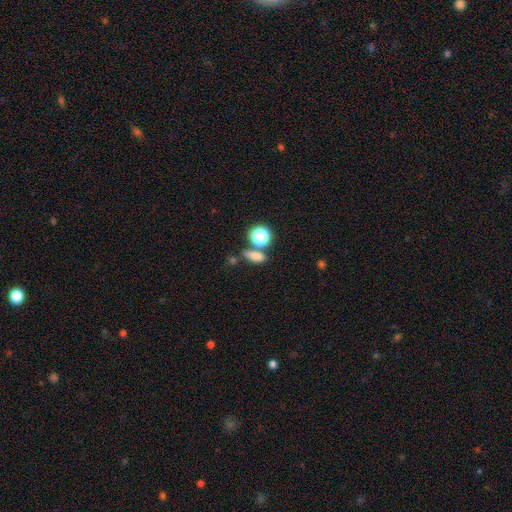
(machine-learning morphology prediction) type=smooth (72%); roundness=in between (57%); merging=none (62%).